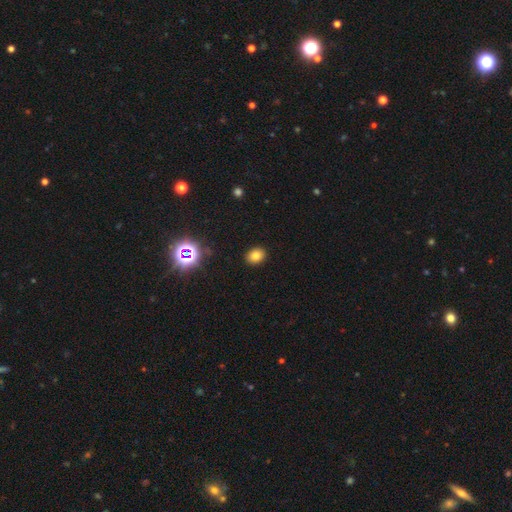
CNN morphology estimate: This appears to be a smooth galaxy with no disk features (79%) that is in between round and cigar-shaped (61%). Merging: none (90%).